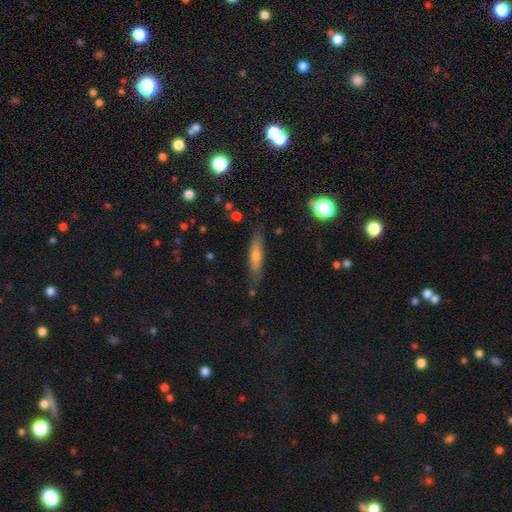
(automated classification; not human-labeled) This is possibly a smooth galaxy (59%). How rounded: likely cigar-shaped (78%). Merging: likely none (80%).